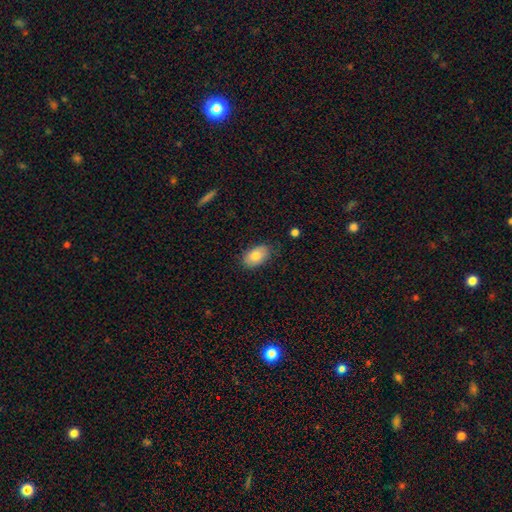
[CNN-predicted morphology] Q: Smooth or featured?
A: smooth (80%); runner-up: featured or disk (13%)
Q: How rounded?
A: in between (90%); runner-up: round (8%)
Q: Merging?
A: none (80%); runner-up: minor disturbance (16%)